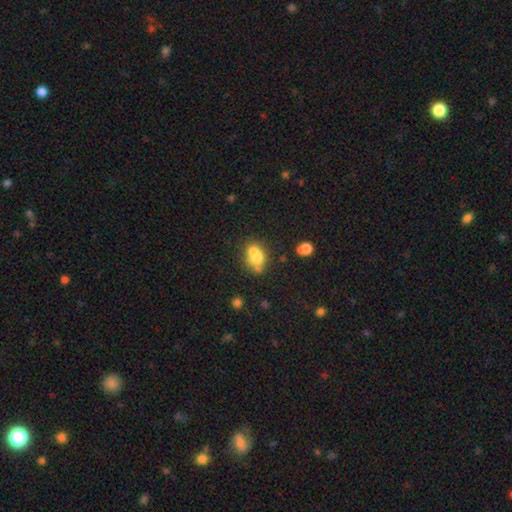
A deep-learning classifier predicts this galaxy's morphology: Q: Smooth or featured?
A: smooth (63%); runner-up: featured or disk (25%)
Q: How rounded?
A: in between (59%); runner-up: round (39%)
Q: Merging?
A: merger (51%); runner-up: none (29%)